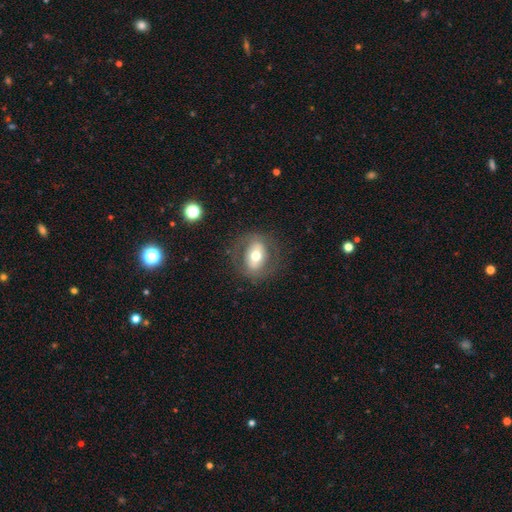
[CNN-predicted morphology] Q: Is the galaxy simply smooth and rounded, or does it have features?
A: smooth — 47%.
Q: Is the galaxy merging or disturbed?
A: none — 76%.